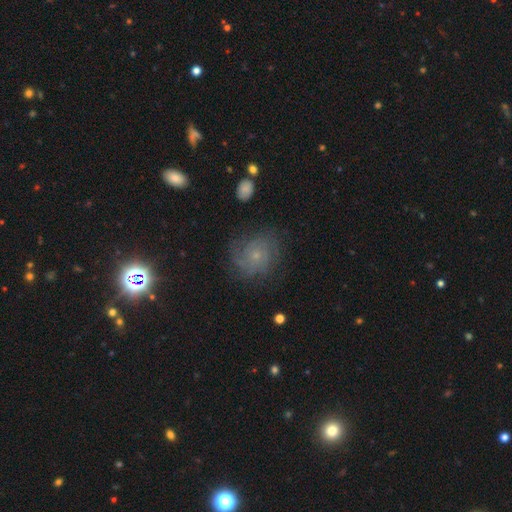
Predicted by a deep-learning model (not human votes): Q: Smooth or featured?
A: featured or disk (53%); runner-up: smooth (29%)
Q: Edge-on disk?
A: no (97%); runner-up: yes (3%)
Q: Bar?
A: no (82%); runner-up: weak (15%)
Q: Spiral arms?
A: yes (85%); runner-up: no (15%)
Q: Bulge size?
A: small (77%); runner-up: moderate (16%)
Q: Merging?
A: none (70%); runner-up: minor disturbance (18%)